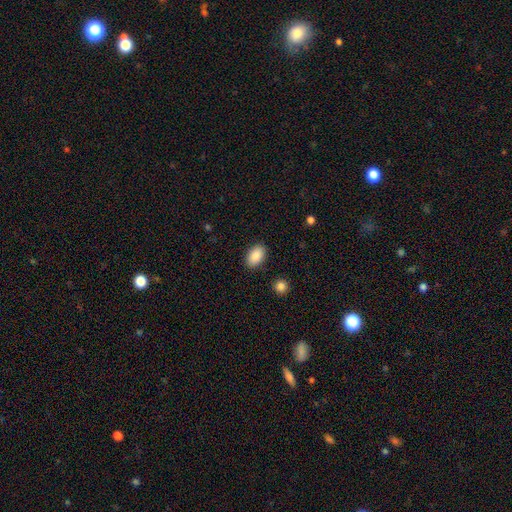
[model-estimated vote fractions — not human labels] smooth-or-featured: smooth: 89% | star or artifact: 7% | featured or disk: 5%
  how-rounded: in between: 91% | round: 7% | cigar-shaped: 1%
  merging: none: 88% | minor disturbance: 8% | major disturbance: 2% | merger: 1%